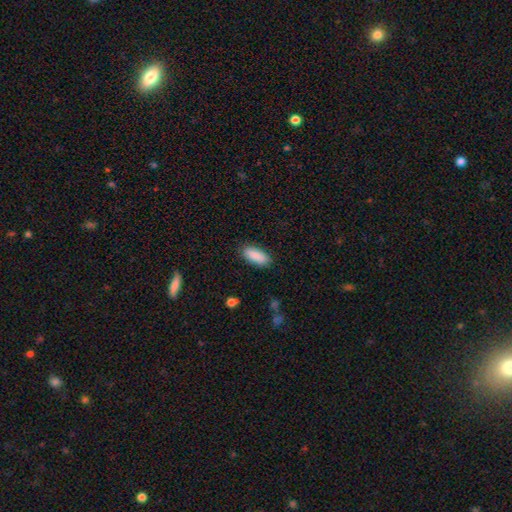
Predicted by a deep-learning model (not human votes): Smooth or featured: smooth — 90% (star or artifact — 6%)
How rounded: in between — 81% (cigar-shaped — 17%)
Merging: none — 87% (minor disturbance — 9%)